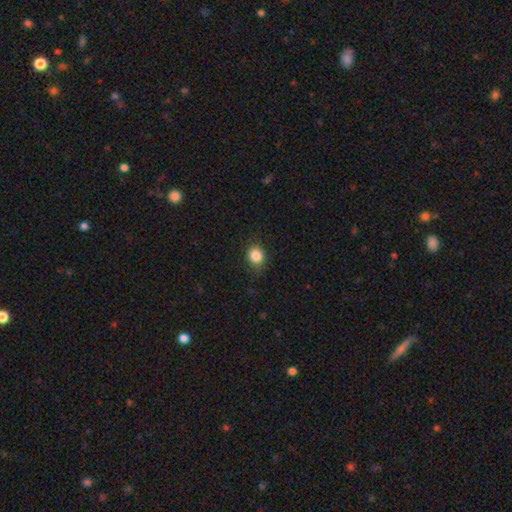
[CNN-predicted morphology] Smooth or featured: smooth — 85% (star or artifact — 10%)
How rounded: round — 71% (in between — 28%)
Merging: none — 81% (minor disturbance — 15%)